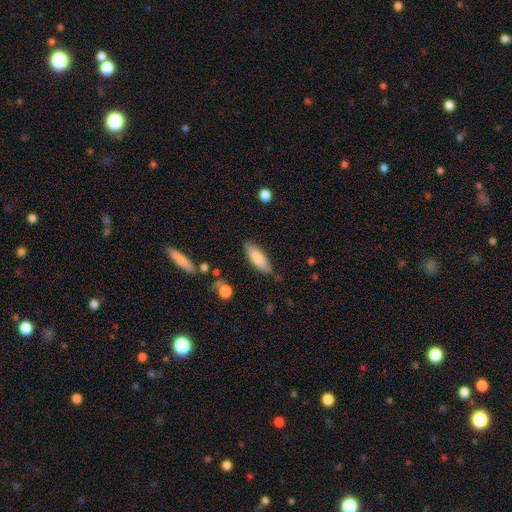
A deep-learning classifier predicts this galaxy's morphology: Smooth or featured: smooth — 79% (featured or disk — 14%)
How rounded: in between — 63% (cigar-shaped — 35%)
Merging: none — 77% (minor disturbance — 17%)